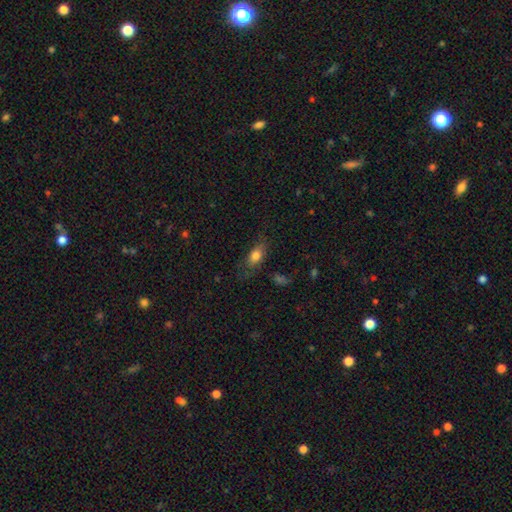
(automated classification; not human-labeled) Smooth or featured: smooth — 77% (featured or disk — 14%)
How rounded: in between — 81% (cigar-shaped — 12%)
Merging: none — 64% (minor disturbance — 23%)